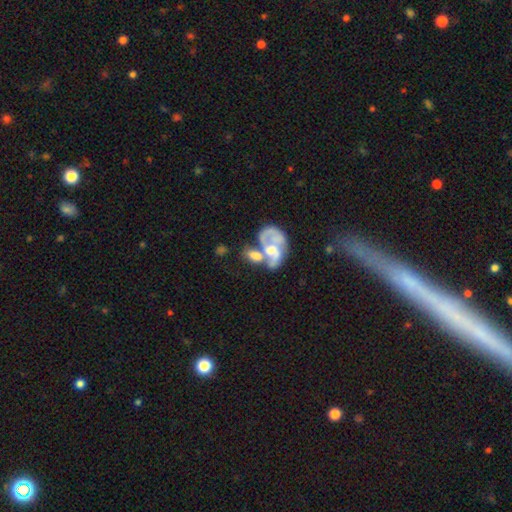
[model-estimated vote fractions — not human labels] Smooth or featured? Predicted: featured or disk (p=0.65). Edge-on disk? Predicted: no (p=0.97). Bar? Predicted: no (p=0.66). Spiral arms? Predicted: yes (p=0.67). Bulge size? Predicted: moderate (p=0.57). Merging? Predicted: merger (p=0.61).